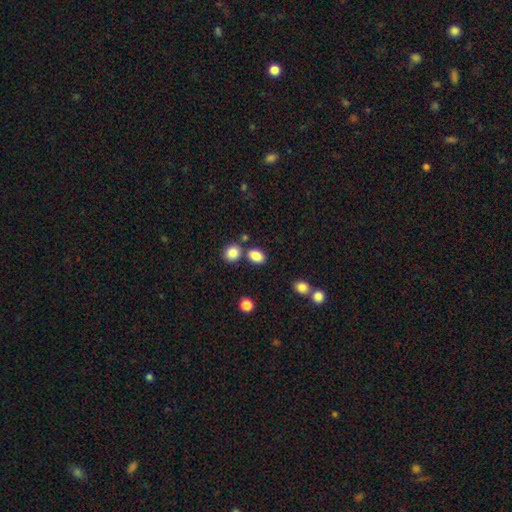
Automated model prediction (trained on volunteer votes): Smooth or featured: smooth — 85% (star or artifact — 10%)
How rounded: in between — 74% (round — 25%)
Merging: none — 71% (merger — 15%)